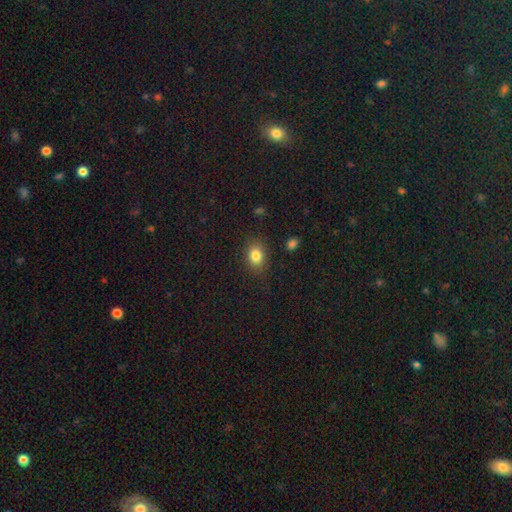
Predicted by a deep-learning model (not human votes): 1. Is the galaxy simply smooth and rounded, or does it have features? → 83% smooth, 10% star or artifact, 7% featured or disk.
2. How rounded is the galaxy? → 59% in between, 40% round, 1% cigar-shaped.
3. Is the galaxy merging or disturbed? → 84% none, 11% minor disturbance, 3% major disturbance, 1% merger.